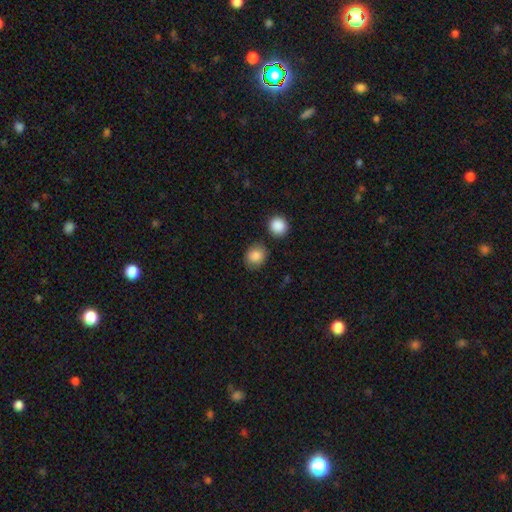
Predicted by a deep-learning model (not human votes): Smooth or featured? Predicted: smooth (p=0.86). How rounded? Predicted: round (p=0.72). Merging? Predicted: none (p=0.79).